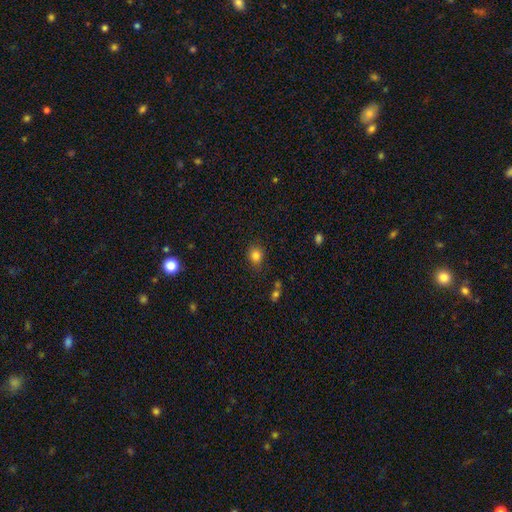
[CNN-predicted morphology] Q: Smooth or featured?
A: smooth (82%); runner-up: star or artifact (13%)
Q: How rounded?
A: round (66%); runner-up: in between (33%)
Q: Merging?
A: none (77%); runner-up: minor disturbance (16%)